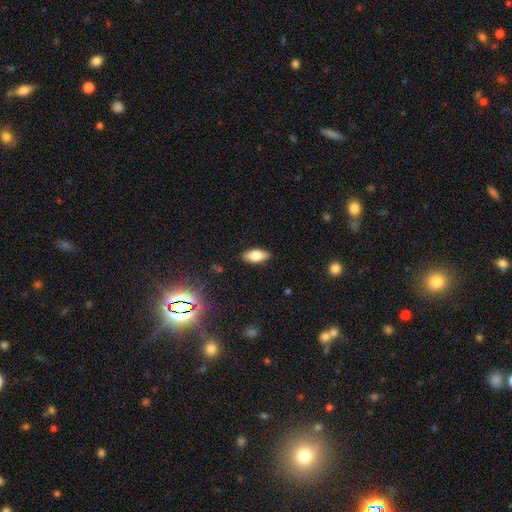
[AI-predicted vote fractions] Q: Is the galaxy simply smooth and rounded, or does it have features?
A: smooth — 73%.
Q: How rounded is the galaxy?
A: in between — 82%.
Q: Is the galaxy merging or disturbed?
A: none — 88%.